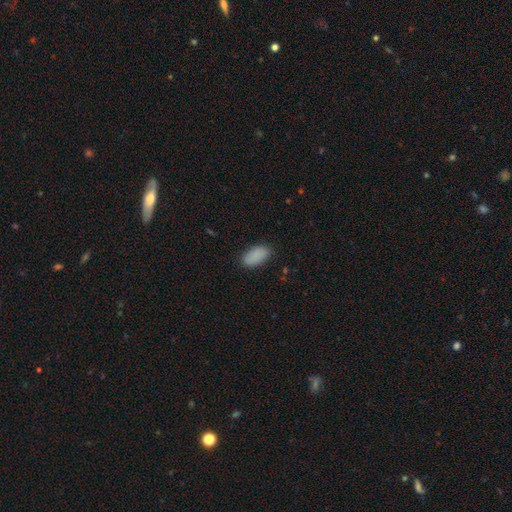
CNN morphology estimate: Smooth or featured? smooth (89%)
How rounded? in between (93%)
Merging? none (84%)